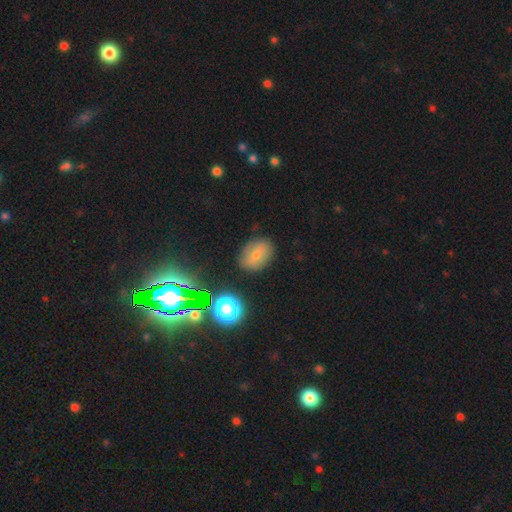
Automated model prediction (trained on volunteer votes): Smooth or featured? Predicted: smooth (p=0.69). How rounded? Predicted: in between (p=0.73). Merging? Predicted: none (p=0.82).